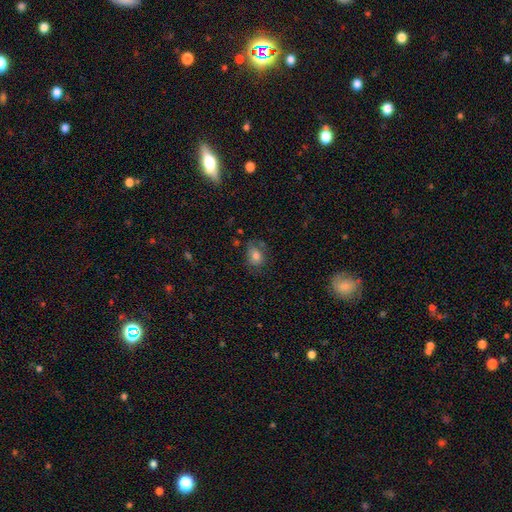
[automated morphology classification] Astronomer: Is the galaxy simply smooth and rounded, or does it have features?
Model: smooth — 72%.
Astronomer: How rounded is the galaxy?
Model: in between — 63%.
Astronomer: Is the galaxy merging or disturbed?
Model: none — 62%.